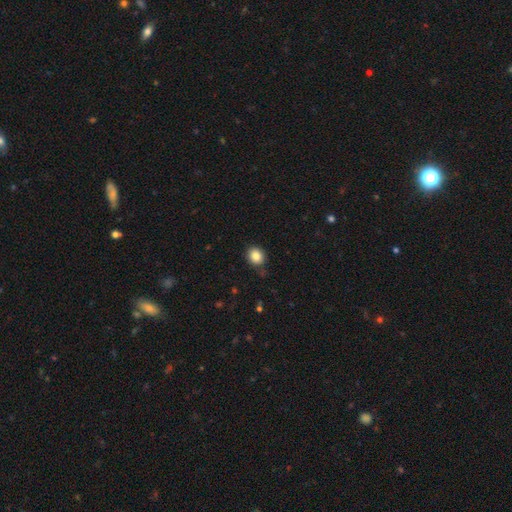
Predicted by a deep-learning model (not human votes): Smooth or featured: smooth — 85% (star or artifact — 10%)
How rounded: round — 72% (in between — 27%)
Merging: none — 85% (minor disturbance — 11%)